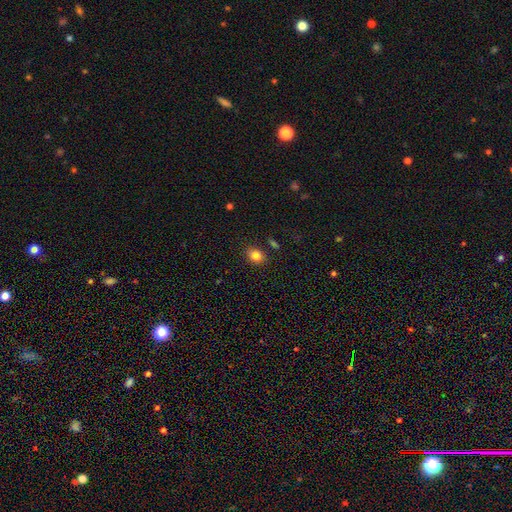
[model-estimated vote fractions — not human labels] Smooth or featured?
  - smooth: 84% *
  - star or artifact: 10%
  - featured or disk: 6%
How rounded?
  - in between: 59% *
  - round: 40%
  - cigar-shaped: 1%
Merging?
  - none: 85% *
  - minor disturbance: 9%
  - merger: 3%
  - major disturbance: 2%